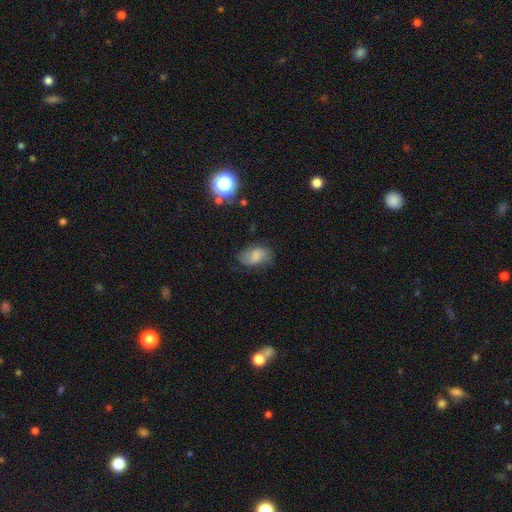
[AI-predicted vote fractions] Overall: smooth (65%). How rounded: in between (89%). Merging: none (64%; minor disturbance 26%).